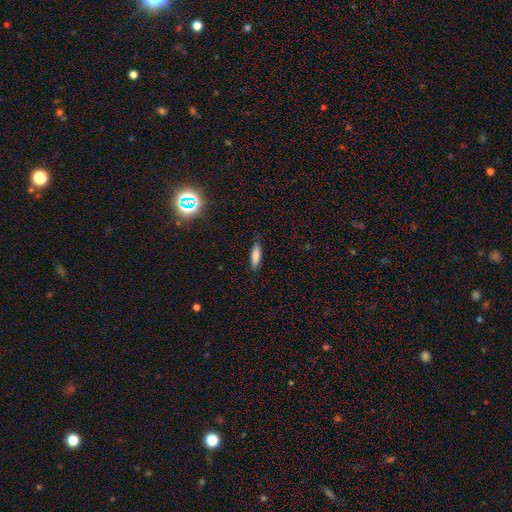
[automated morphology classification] Smooth or featured: smooth — 80% (featured or disk — 12%)
How rounded: cigar-shaped — 58% (in between — 41%)
Merging: none — 86% (minor disturbance — 11%)